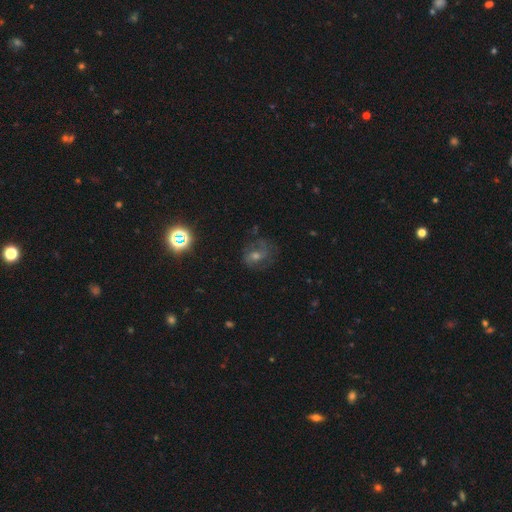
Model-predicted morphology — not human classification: type=featured or disk (45%); merging=none (63%).